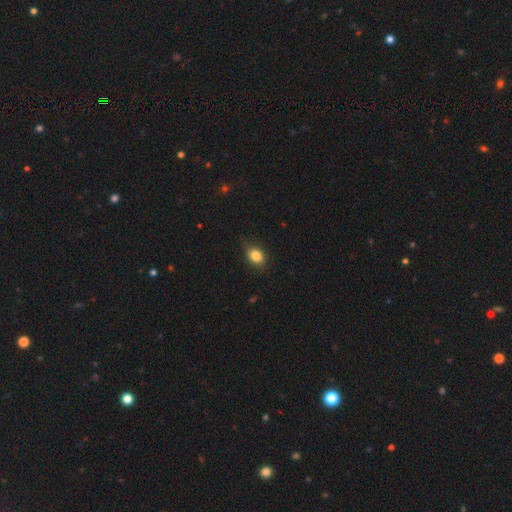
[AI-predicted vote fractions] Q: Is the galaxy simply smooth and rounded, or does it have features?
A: smooth — 85%.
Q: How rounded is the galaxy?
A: in between — 64%.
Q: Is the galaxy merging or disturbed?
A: none — 77%.